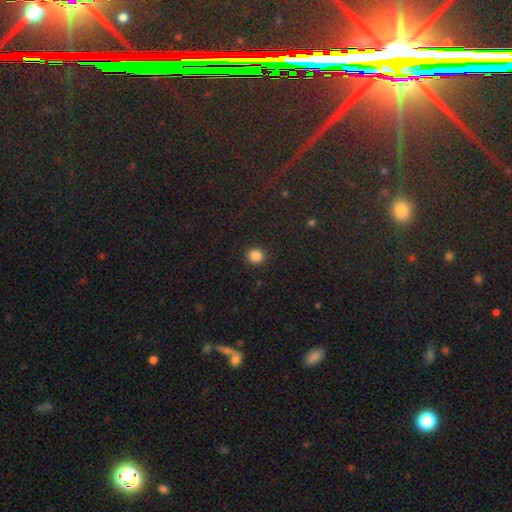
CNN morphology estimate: smooth 86%, star or artifact 11%, featured or disk 4%. Down the decision tree: how rounded — round (91%); merging — none (92%).